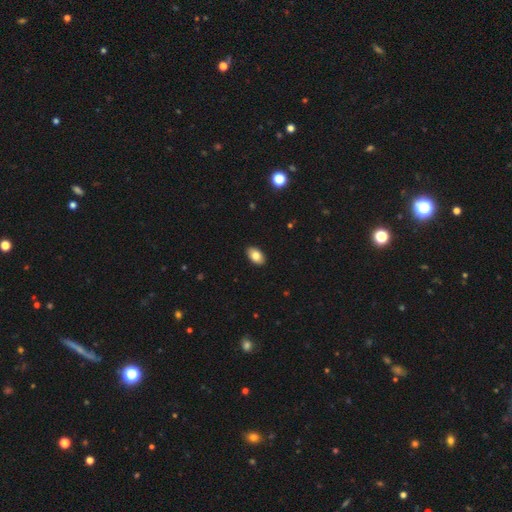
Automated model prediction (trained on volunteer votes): Overall: smooth (81%). How rounded: in between (92%). Merging: none (90%).